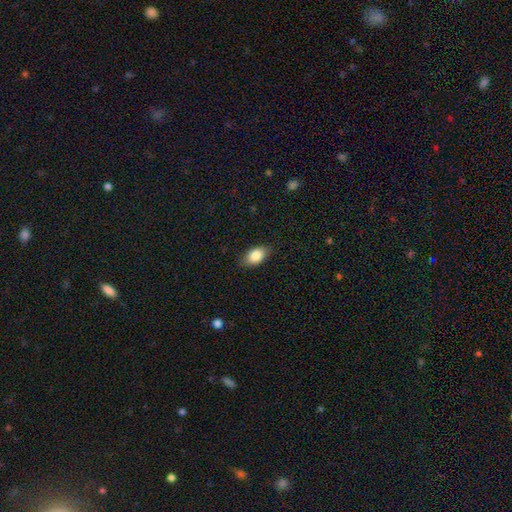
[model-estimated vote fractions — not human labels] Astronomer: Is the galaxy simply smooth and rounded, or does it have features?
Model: smooth — 86%.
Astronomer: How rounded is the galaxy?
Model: in between — 90%.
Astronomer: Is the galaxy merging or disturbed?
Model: none — 84%.